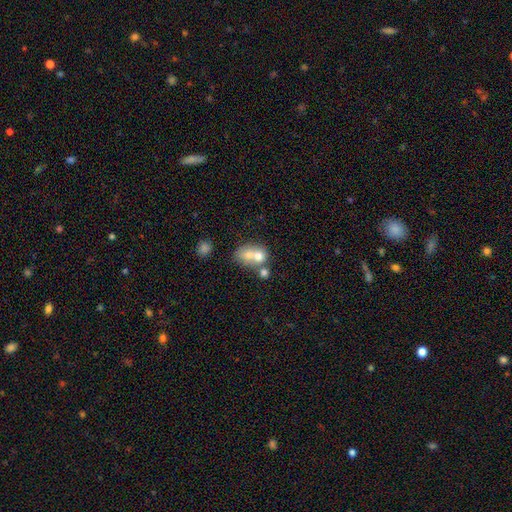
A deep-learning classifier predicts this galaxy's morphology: This appears to be a smooth galaxy with no disk features (67%) that is round (53%). Merging: merger (65%).